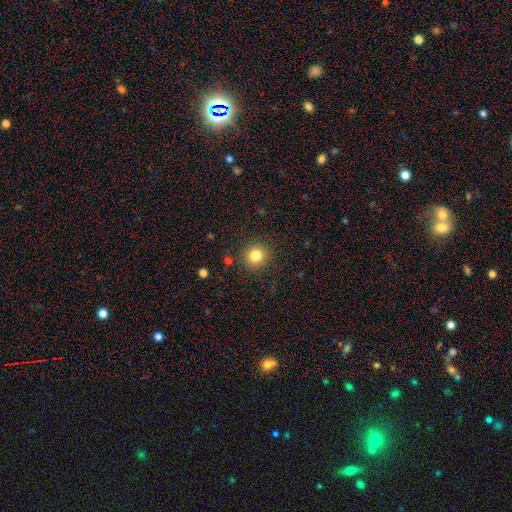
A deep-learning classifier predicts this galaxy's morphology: Smooth or featured? Predicted: smooth (p=0.82). How rounded? Predicted: round (p=0.91). Merging? Predicted: none (p=0.89).